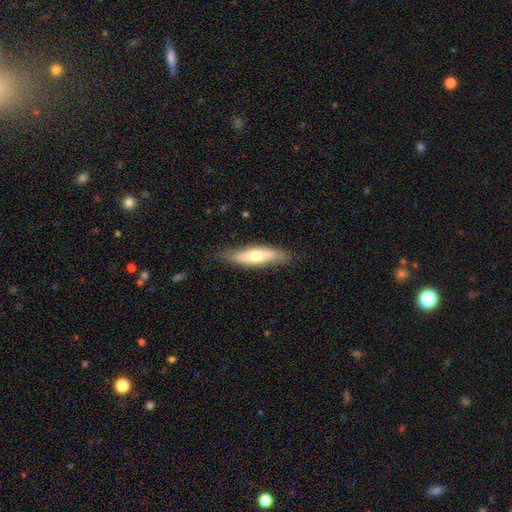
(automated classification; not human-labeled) Smooth or featured? smooth (57%)
How rounded? cigar-shaped (68%)
Merging? none (79%)